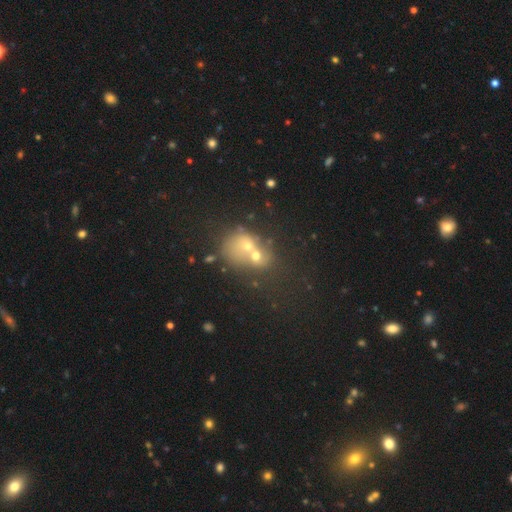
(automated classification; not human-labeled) Smooth or featured? Predicted: smooth (p=0.55). How rounded? Predicted: round (p=0.64). Merging? Predicted: merger (p=0.73).